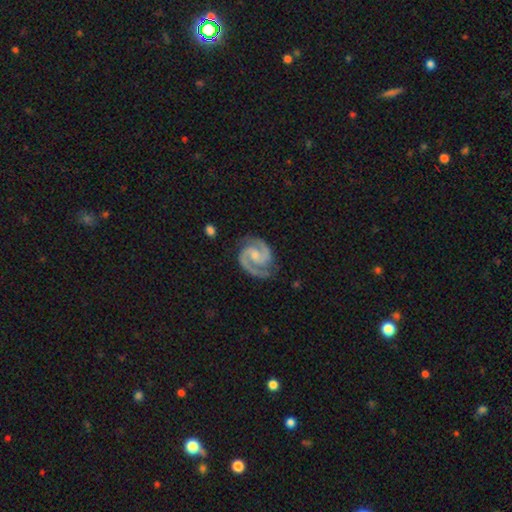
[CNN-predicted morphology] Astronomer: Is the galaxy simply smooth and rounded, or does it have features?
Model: featured or disk — 93%.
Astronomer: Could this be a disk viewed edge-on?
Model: no — 98%.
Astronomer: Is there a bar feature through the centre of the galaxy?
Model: no — 49% (runner-up: weak, 40%).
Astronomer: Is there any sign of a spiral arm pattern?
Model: yes — 99%.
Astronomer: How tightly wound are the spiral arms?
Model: medium — 54% (runner-up: tight, 39%).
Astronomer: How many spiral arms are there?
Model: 2 — 94%.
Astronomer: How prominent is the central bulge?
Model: small — 41% (runner-up: moderate, 40%).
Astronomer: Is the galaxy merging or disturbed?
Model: none — 80%.